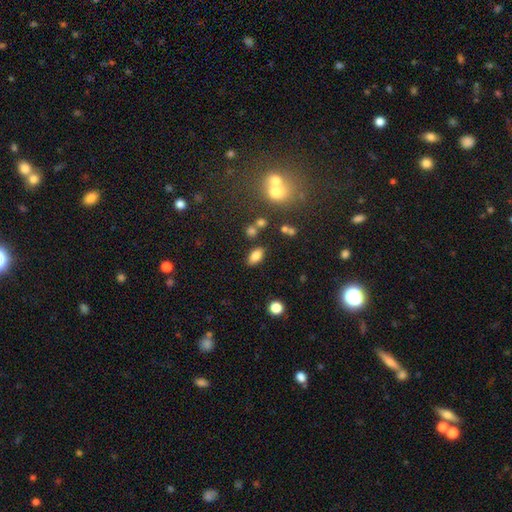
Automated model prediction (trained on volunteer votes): Smooth or featured: smooth — 80% (star or artifact — 11%)
How rounded: in between — 90% (round — 6%)
Merging: none — 80% (minor disturbance — 11%)